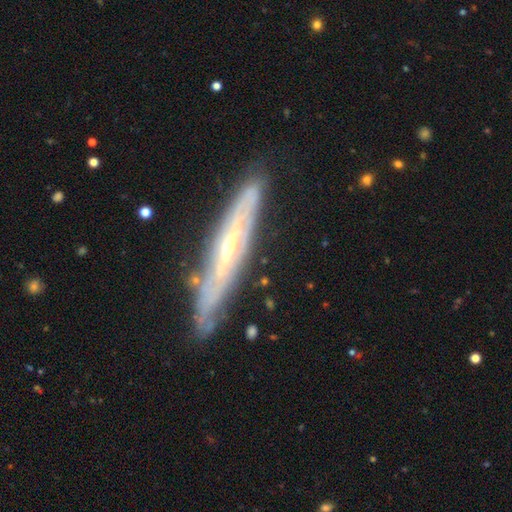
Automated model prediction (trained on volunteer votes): This appears to be a featured or disk galaxy (79%) viewed edge-on (64%) with a rounded central bulge (63%). Merging: none (79%).